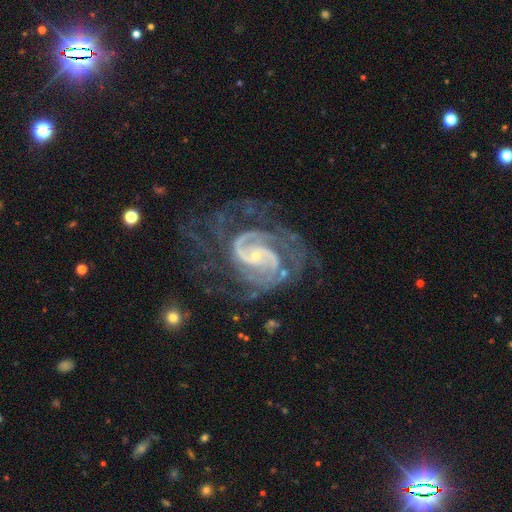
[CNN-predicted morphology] smooth_or_featured: featured or disk (p=0.92) [alt: star or artifact p=0.05]
disk_edge_on: no (p=0.98) [alt: yes p=0.02]
bar: no (p=0.53) [alt: weak p=0.34]
has_spiral_arms: yes (p=0.98) [alt: no p=0.02]
spiral_winding: tight (p=0.51) [alt: medium p=0.41]
spiral_arm_count: 2 (p=0.57) [alt: 3 p=0.14]
bulge_size: small (p=0.79) [alt: moderate p=0.17]
merging: none (p=0.52) [alt: major disturbance p=0.24]